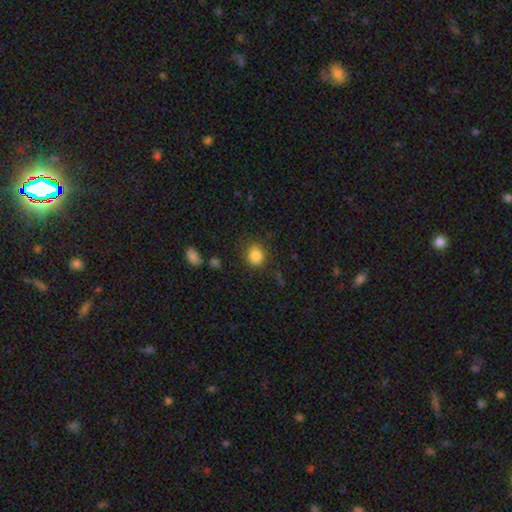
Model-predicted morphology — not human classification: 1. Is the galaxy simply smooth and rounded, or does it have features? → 85% smooth, 10% star or artifact, 5% featured or disk.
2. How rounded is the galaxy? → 63% round, 36% in between, 1% cigar-shaped.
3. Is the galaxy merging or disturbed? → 82% none, 13% minor disturbance, 4% major disturbance, 2% merger.